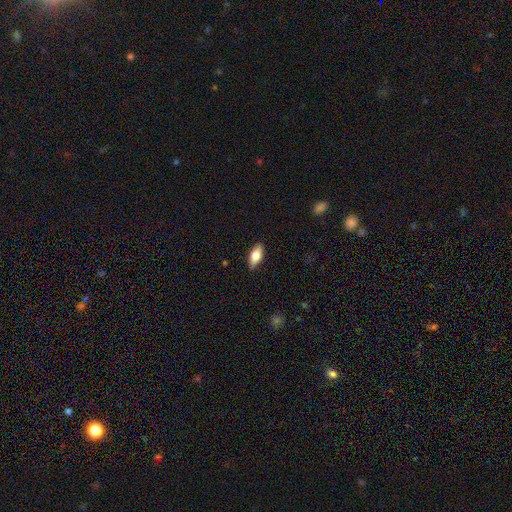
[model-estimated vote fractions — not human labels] smooth-or-featured: smooth: 72% | featured or disk: 22% | star or artifact: 6%
  how-rounded: in between: 84% | cigar-shaped: 14% | round: 3%
  merging: none: 87% | minor disturbance: 10% | major disturbance: 2% | merger: 1%